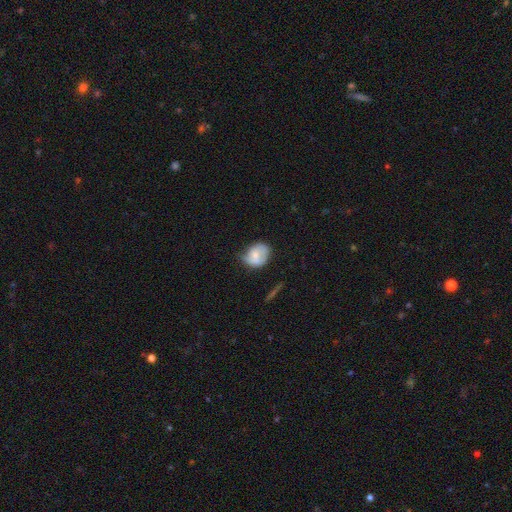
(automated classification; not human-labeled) smooth-or-featured: smooth: 64% | featured or disk: 28% | star or artifact: 8%
  how-rounded: round: 55% | in between: 44% | cigar-shaped: 1%
  merging: none: 43% | minor disturbance: 39% | major disturbance: 14% | merger: 3%